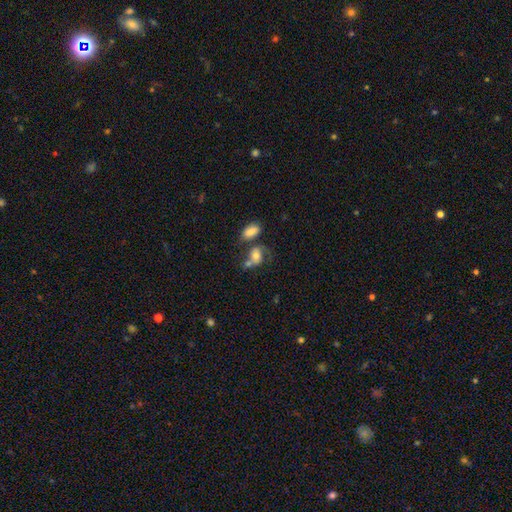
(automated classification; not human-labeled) Smooth or featured? smooth (58%)
How rounded? in between (69%)
Merging? merger (42%)